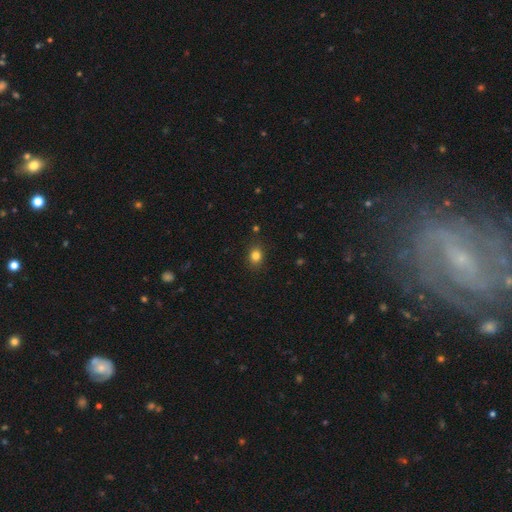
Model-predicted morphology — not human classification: Smooth or featured: smooth — 82% (star or artifact — 12%)
How rounded: round — 52% (in between — 47%)
Merging: none — 86% (minor disturbance — 10%)